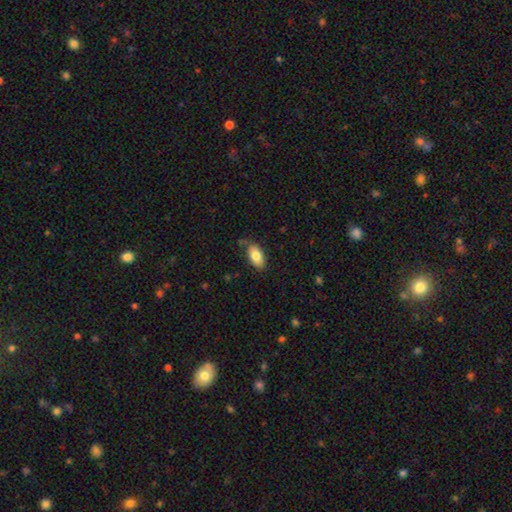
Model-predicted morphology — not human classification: smooth_or_featured: smooth (p=0.82) [alt: featured or disk p=0.11]
how_rounded: in between (p=0.93) [alt: round p=0.04]
merging: none (p=0.73) [alt: minor disturbance p=0.19]